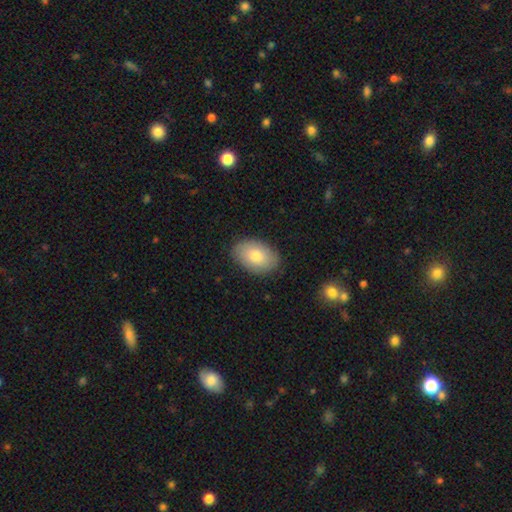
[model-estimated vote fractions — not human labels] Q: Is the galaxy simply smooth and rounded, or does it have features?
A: smooth — 79%.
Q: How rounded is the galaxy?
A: in between — 90%.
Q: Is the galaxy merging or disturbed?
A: none — 86%.